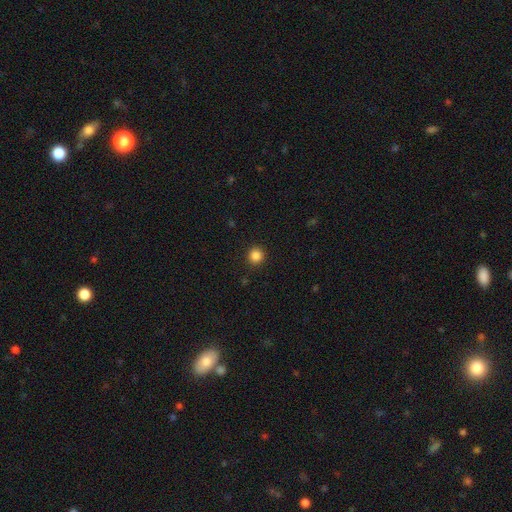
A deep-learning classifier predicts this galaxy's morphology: A smooth galaxy with no disk features (85%) that is round (94%). Merging: none (92%).